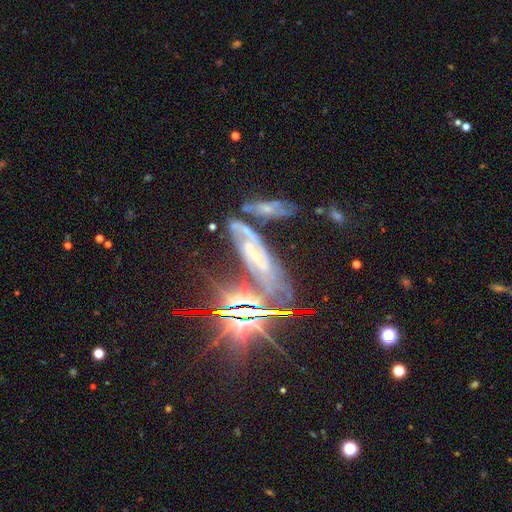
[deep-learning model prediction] This is possibly a featured or disk galaxy (56%). It is likely not viewed edge-on (71%). Merging: possibly none (53%).